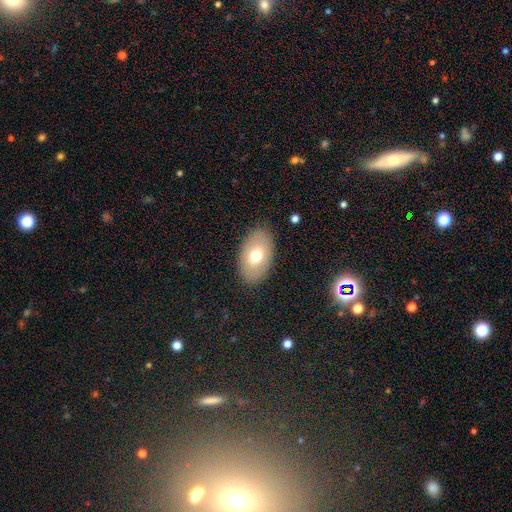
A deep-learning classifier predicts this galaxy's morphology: Smooth or featured? smooth (67%)
How rounded? in between (92%)
Merging? none (86%)